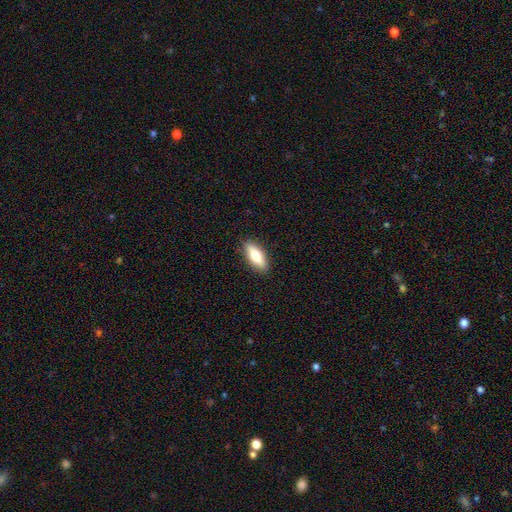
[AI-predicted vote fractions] Overall: smooth (73%). How rounded: in between (69%). Merging: none (89%).